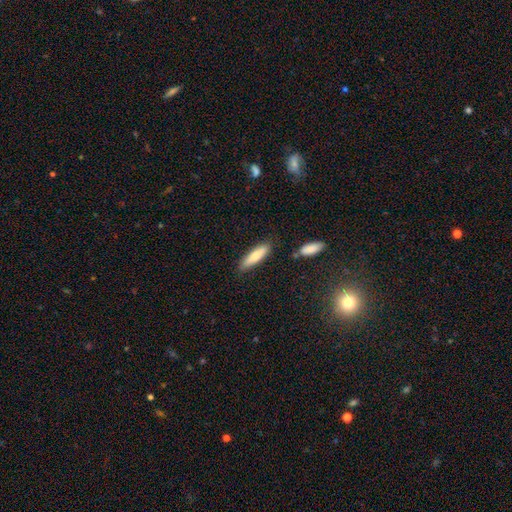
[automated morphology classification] A smooth galaxy with no disk features (78%) that is cigar-shaped (68%).

Vote fractions:
- Smooth or featured? smooth: 78% / featured or disk: 16% / star or artifact: 6%
- How rounded? cigar-shaped: 68% / in between: 30% / round: 1%
- Merging? none: 82% / minor disturbance: 12% / merger: 4% / major disturbance: 2%